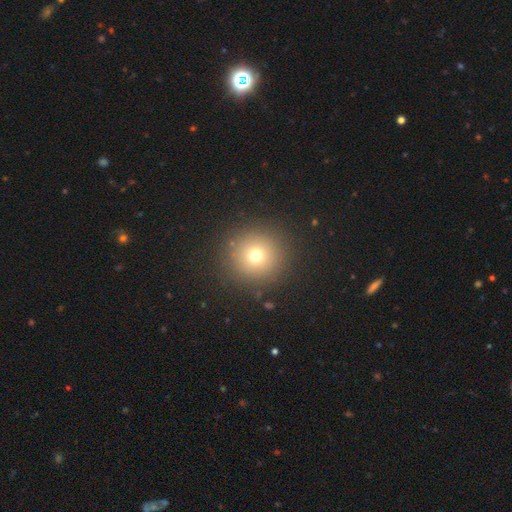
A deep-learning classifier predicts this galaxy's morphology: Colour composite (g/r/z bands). It shows a smooth galaxy with no disk features (71%) that is round (95%). Merging: none (89%).